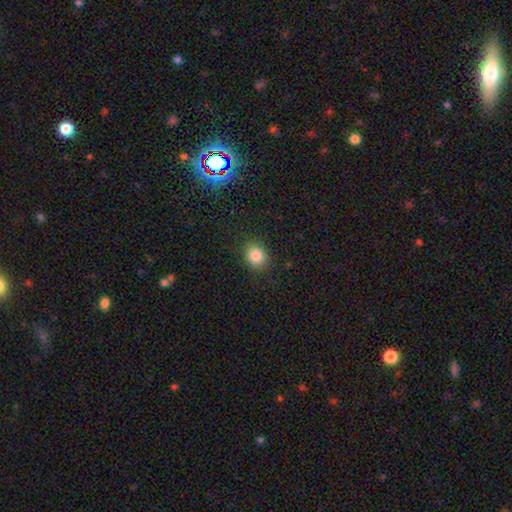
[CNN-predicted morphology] smooth-or-featured: smooth: 85% | star or artifact: 10% | featured or disk: 5%
  how-rounded: round: 68% | in between: 31% | cigar-shaped: 1%
  merging: none: 88% | minor disturbance: 9% | major disturbance: 3% | merger: 1%